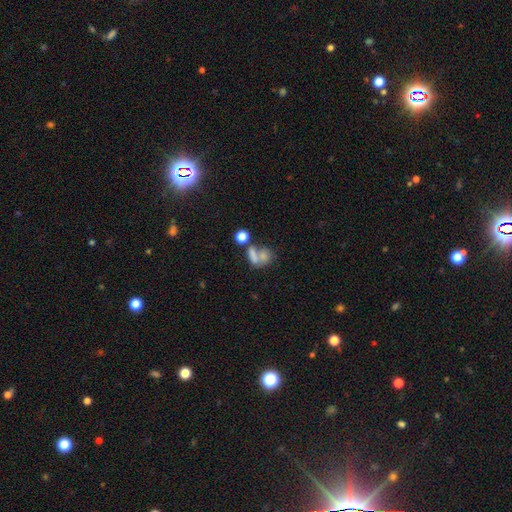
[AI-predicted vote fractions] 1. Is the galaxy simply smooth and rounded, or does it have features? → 69% smooth, 18% featured or disk, 14% star or artifact.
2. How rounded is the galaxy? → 56% in between, 40% round, 5% cigar-shaped.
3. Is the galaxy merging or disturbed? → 52% merger, 28% none, 10% major disturbance, 10% minor disturbance.